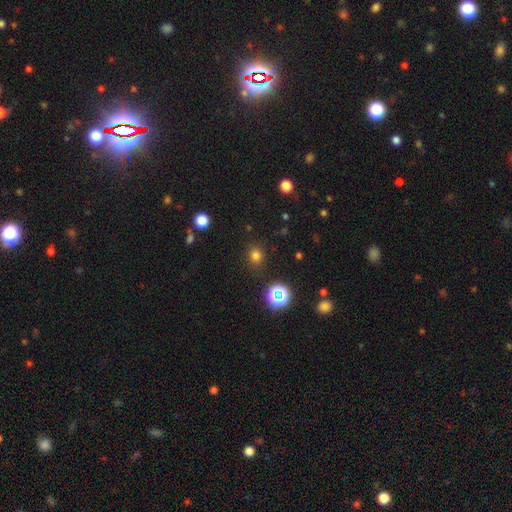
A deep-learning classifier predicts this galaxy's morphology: smooth_or_featured: smooth (p=0.75) [alt: star or artifact p=0.20]
how_rounded: round (p=0.85) [alt: in between p=0.14]
merging: none (p=0.87) [alt: minor disturbance p=0.08]